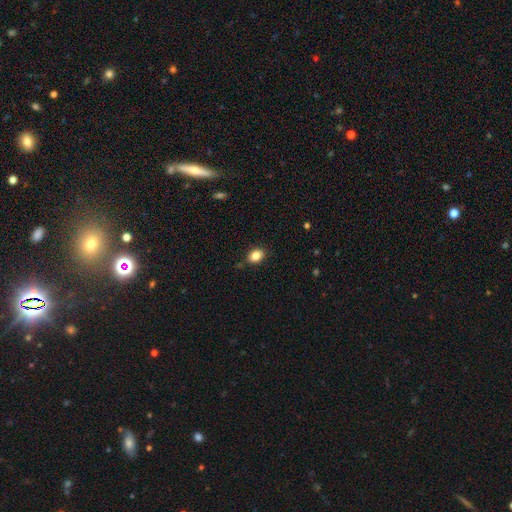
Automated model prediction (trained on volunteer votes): Q: Smooth or featured?
A: smooth (85%); runner-up: star or artifact (10%)
Q: How rounded?
A: in between (67%); runner-up: round (32%)
Q: Merging?
A: none (84%); runner-up: minor disturbance (12%)